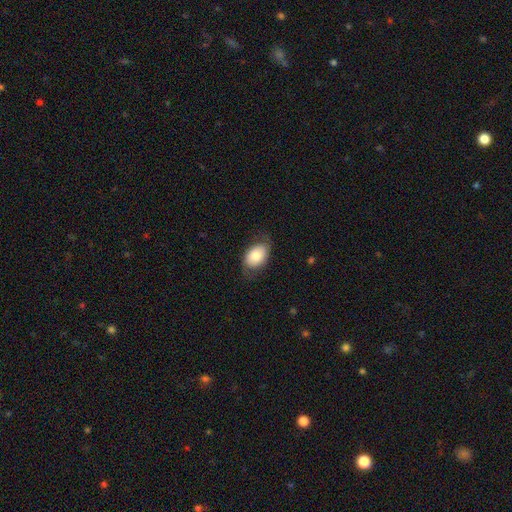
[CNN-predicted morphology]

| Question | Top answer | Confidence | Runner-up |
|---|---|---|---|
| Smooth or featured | smooth | 77% | featured or disk (16%) |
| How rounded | in between | 88% | round (11%) |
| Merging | none | 70% | minor disturbance (22%) |